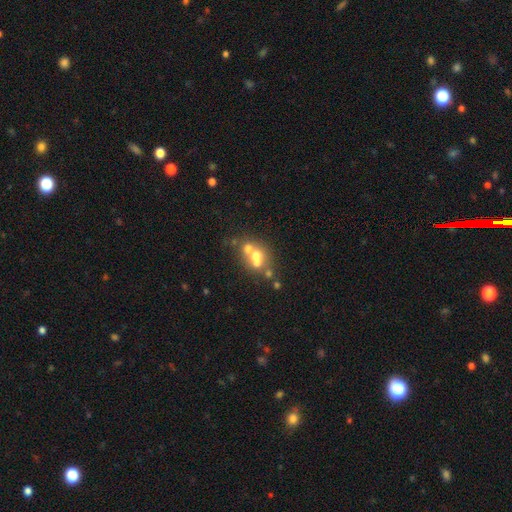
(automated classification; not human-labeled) Smooth or featured? smooth (50%)
Merging? merger (54%)